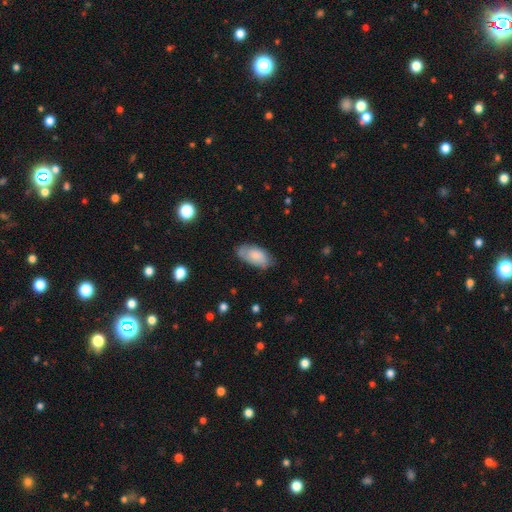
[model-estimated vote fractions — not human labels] smooth-or-featured: smooth: 73% | featured or disk: 20% | star or artifact: 7%
  how-rounded: in between: 94% | cigar-shaped: 4% | round: 2%
  merging: none: 69% | minor disturbance: 23% | major disturbance: 6% | merger: 2%